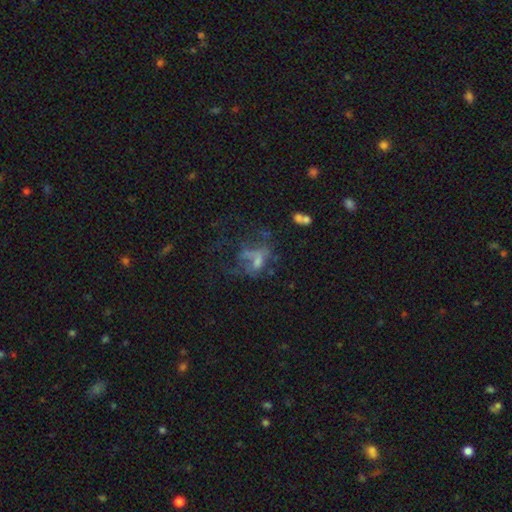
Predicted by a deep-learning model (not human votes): Overall: featured or disk (46%; smooth 27%). Merging: major disturbance (45%; none 31%).